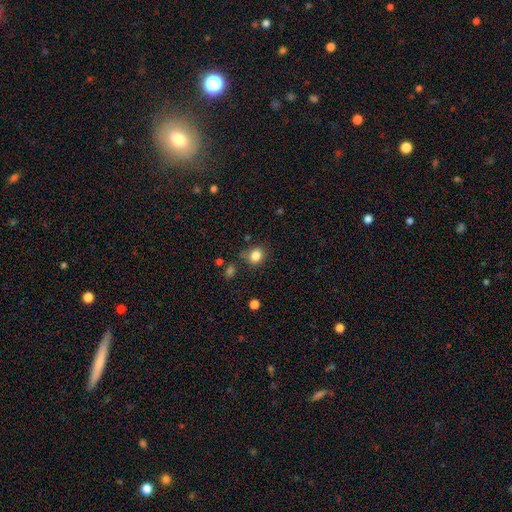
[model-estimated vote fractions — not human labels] A smooth galaxy with no disk features (83%) that is round (70%).

Vote fractions:
- Smooth or featured? smooth: 83% / star or artifact: 11% / featured or disk: 5%
- How rounded? round: 70% / in between: 29% / cigar-shaped: 1%
- Merging? none: 74% / minor disturbance: 17% / major disturbance: 5% / merger: 5%